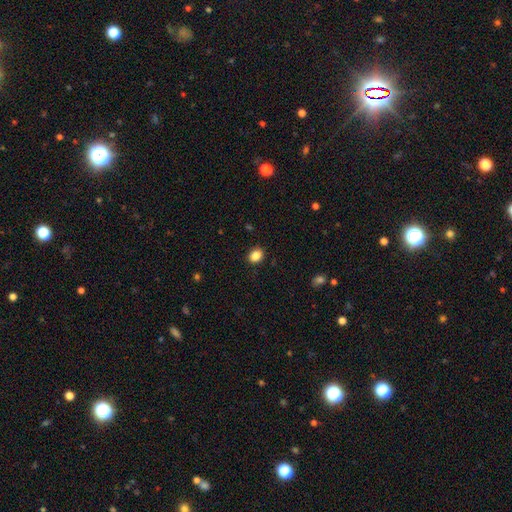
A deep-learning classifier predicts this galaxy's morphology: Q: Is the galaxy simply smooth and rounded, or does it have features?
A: smooth — 86%.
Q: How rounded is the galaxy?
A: round — 53%.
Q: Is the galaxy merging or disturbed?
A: none — 89%.